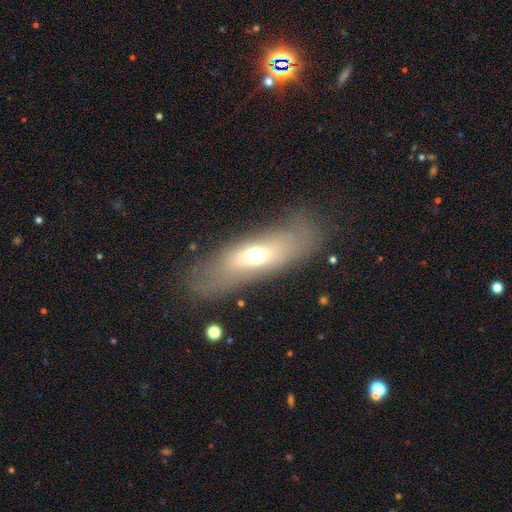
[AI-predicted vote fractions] Smooth or featured? Predicted: smooth (p=0.53). How rounded? Predicted: in between (p=0.61). Merging? Predicted: none (p=0.75).